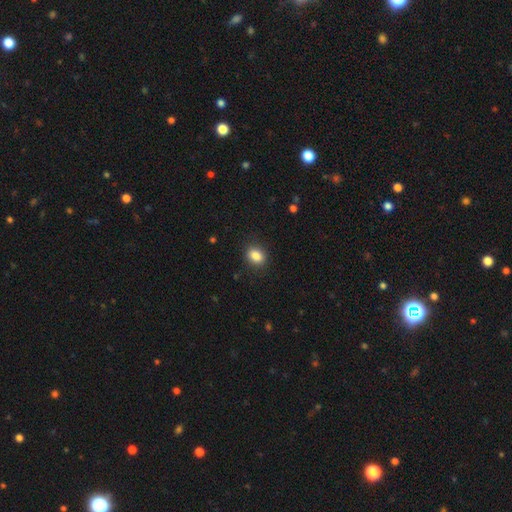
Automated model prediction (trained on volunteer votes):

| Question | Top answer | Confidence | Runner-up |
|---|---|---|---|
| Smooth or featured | smooth | 86% | star or artifact (9%) |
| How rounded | in between | 62% | round (37%) |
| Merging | none | 88% | minor disturbance (8%) |